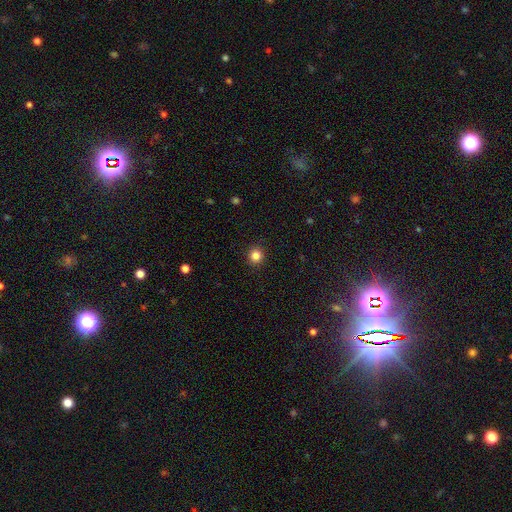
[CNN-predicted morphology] The model was most divided on "smooth or featured": smooth: 84%, star or artifact: 12%, featured or disk: 4%. More confident: how rounded — round (92%); merging — none (92%).